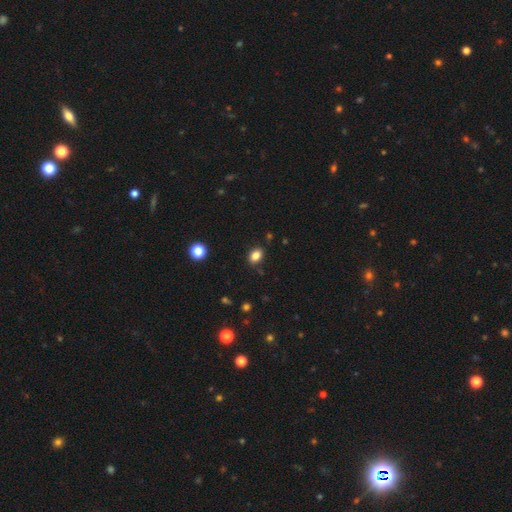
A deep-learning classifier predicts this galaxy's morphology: Smooth or featured?
  - smooth: 84% *
  - star or artifact: 11%
  - featured or disk: 5%
How rounded?
  - in between: 72% *
  - round: 27%
  - cigar-shaped: 1%
Merging?
  - none: 85% *
  - minor disturbance: 11%
  - major disturbance: 2%
  - merger: 2%